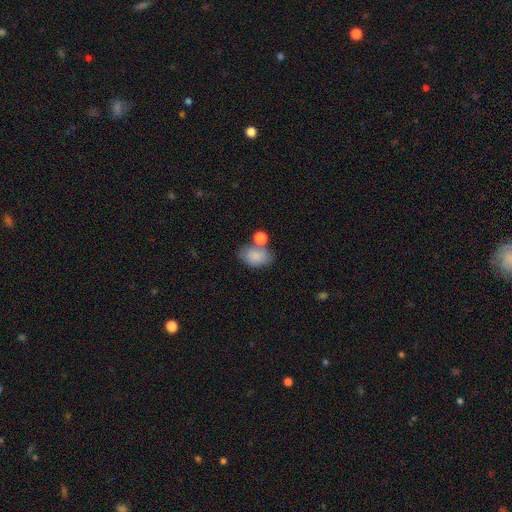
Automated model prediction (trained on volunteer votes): This is clearly a smooth galaxy (83%). How rounded: clearly in between (83%). Merging: possibly none (54%).